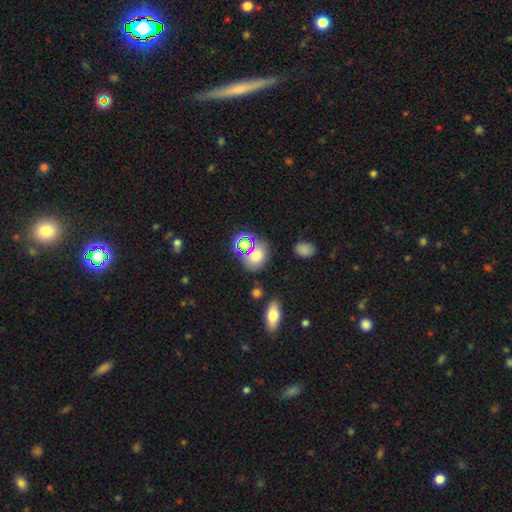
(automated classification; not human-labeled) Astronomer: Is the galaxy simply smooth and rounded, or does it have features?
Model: smooth — 66%.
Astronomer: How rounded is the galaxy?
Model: round — 49%, tied with in between at 49%.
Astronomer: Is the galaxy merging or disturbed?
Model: none — 71%.